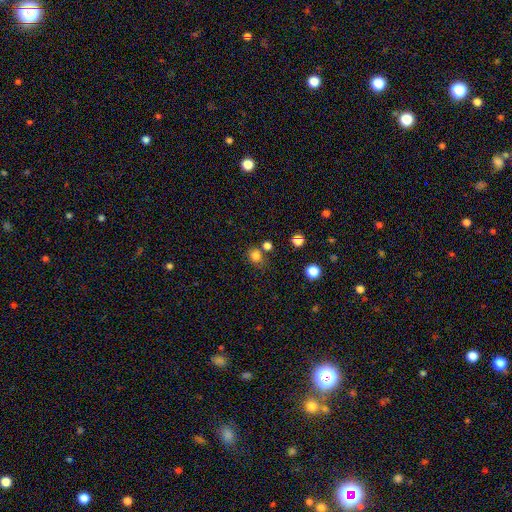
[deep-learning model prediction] Smooth or featured?
  - smooth: 78% *
  - star or artifact: 16%
  - featured or disk: 6%
How rounded?
  - round: 69% *
  - in between: 30%
  - cigar-shaped: 1%
Merging?
  - none: 63% *
  - merger: 16%
  - minor disturbance: 15%
  - major disturbance: 6%